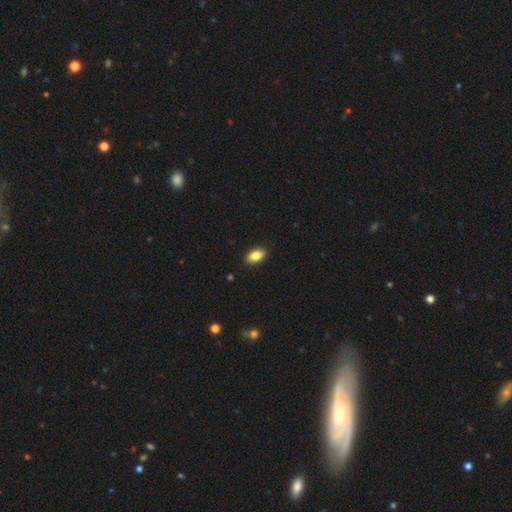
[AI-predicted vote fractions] Overall: smooth (84%). How rounded: in between (91%). Merging: none (90%).